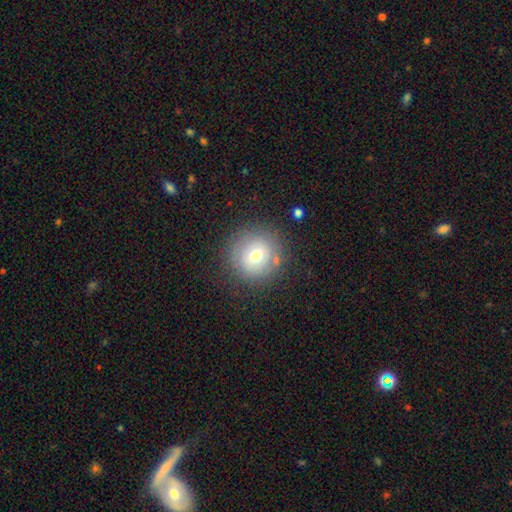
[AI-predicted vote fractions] Overall: smooth (63%; featured or disk 25%). How rounded: round (93%). Merging: none (82%).